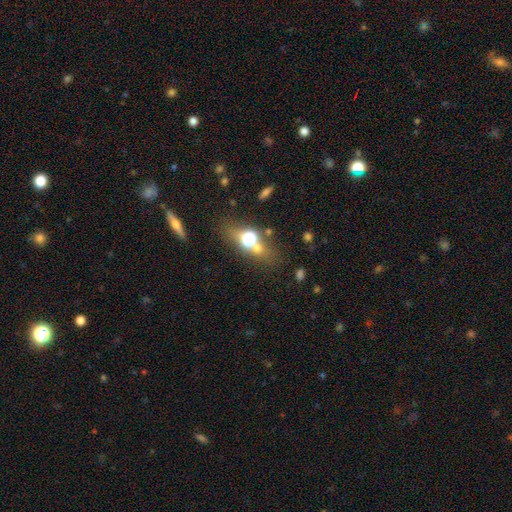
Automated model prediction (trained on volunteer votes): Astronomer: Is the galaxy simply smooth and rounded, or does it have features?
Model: smooth — 45% (runner-up: star or artifact, 33%).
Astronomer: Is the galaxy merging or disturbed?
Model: none — 59%.